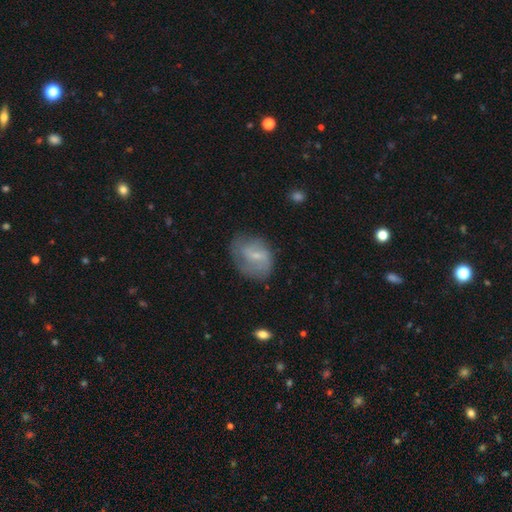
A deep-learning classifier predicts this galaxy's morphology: Smooth or featured?
  - featured or disk: 50% *
  - smooth: 42%
  - star or artifact: 8%
Merging?
  - none: 57% *
  - minor disturbance: 27%
  - major disturbance: 14%
  - merger: 2%